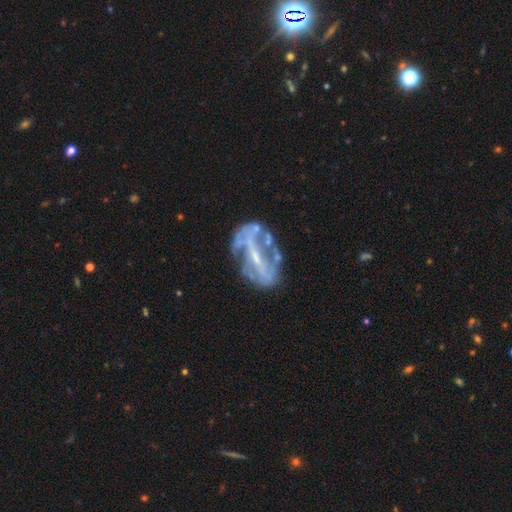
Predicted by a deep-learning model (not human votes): Smooth or featured?
  - featured or disk: 79% *
  - smooth: 12%
  - star or artifact: 9%
Edge-on disk?
  - no: 90% *
  - yes: 10%
Bar?
  - strong: 57% *
  - weak: 24%
  - no: 19%
Spiral arms?
  - yes: 53% *
  - no: 47%
Bulge size?
  - small: 61% *
  - moderate: 20%
  - none: 16%
  - large: 2%
  - dominant: 1%
Merging?
  - none: 48% *
  - major disturbance: 23%
  - minor disturbance: 21%
  - merger: 8%